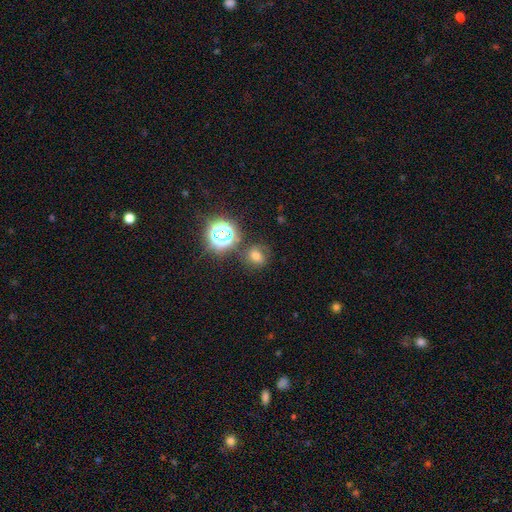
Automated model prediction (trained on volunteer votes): Q: Smooth or featured?
A: smooth (61%); runner-up: star or artifact (26%)
Q: How rounded?
A: round (66%); runner-up: in between (33%)
Q: Merging?
A: none (70%); runner-up: minor disturbance (15%)